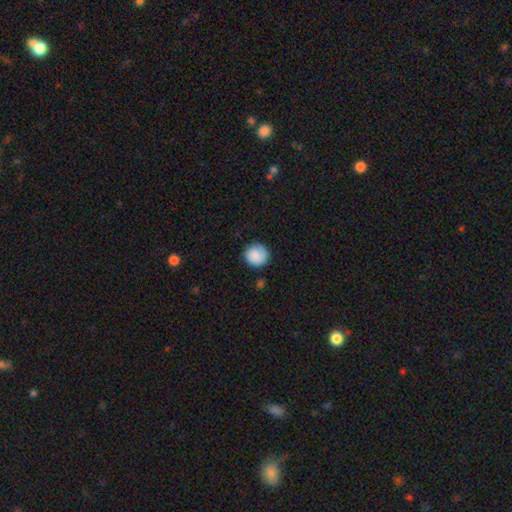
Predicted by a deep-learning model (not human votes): This is clearly a smooth galaxy (87%). How rounded: clearly round (94%). Merging: clearly none (87%).